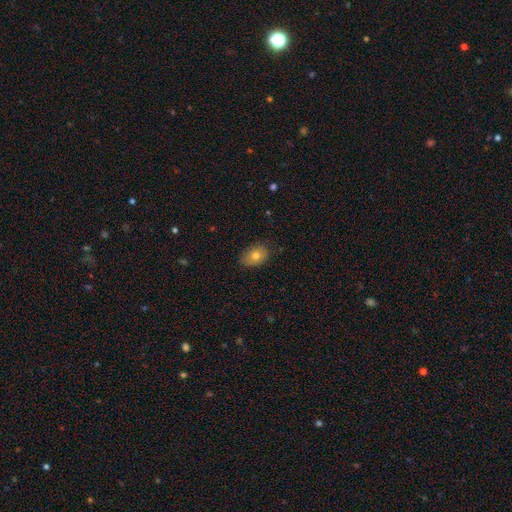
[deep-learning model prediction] The model was most divided on "merging": none: 77%, minor disturbance: 19%, major disturbance: 3%, merger: 1%. More confident: how rounded — in between (79%); smooth or featured — smooth (76%).